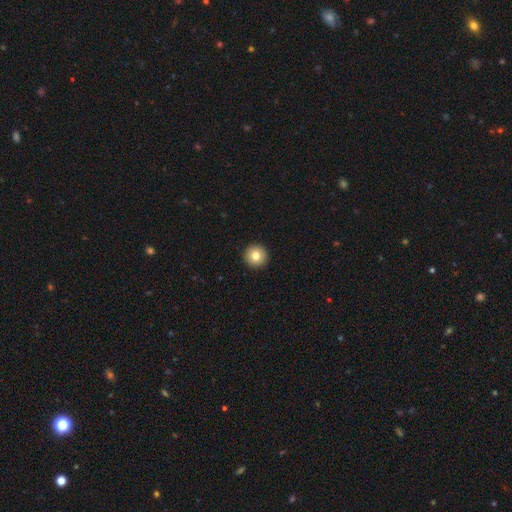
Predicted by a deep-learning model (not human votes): Morphology: type=smooth (80%); roundness=round (96%); merging=none (94%).